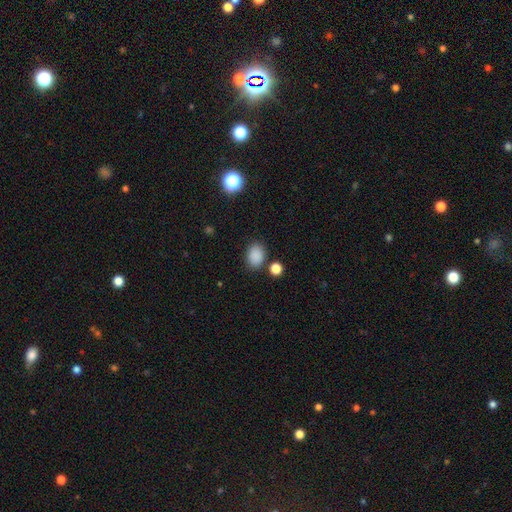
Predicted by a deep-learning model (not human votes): smooth 87%, star or artifact 10%, featured or disk 3%. Down the decision tree: how rounded — in between (70%); merging — none (80%).